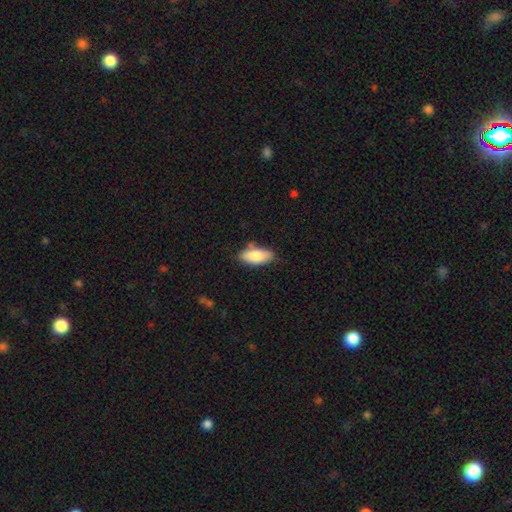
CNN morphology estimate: Overall: smooth (81%). How rounded: in between (86%). Merging: none (73%).